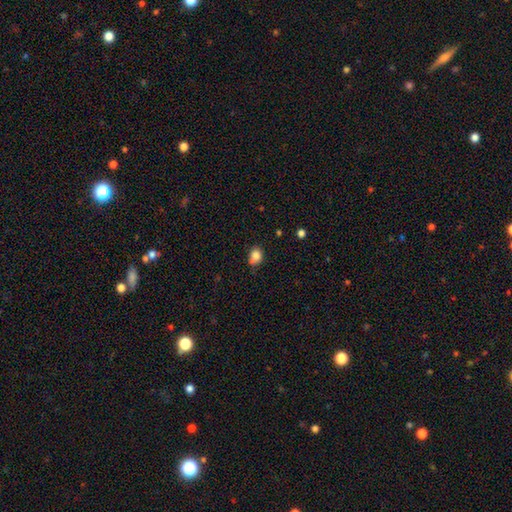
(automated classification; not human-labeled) This is clearly a smooth galaxy (82%). How rounded: possibly round (58%). Merging: possibly none (58%).